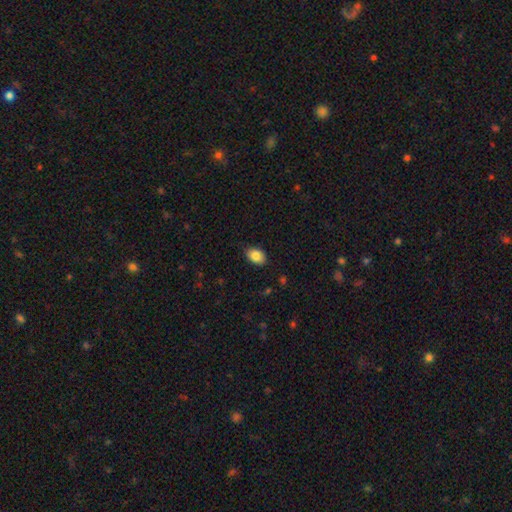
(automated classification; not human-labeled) This is clearly a smooth galaxy (85%). How rounded: clearly in between (81%). Merging: clearly none (85%).